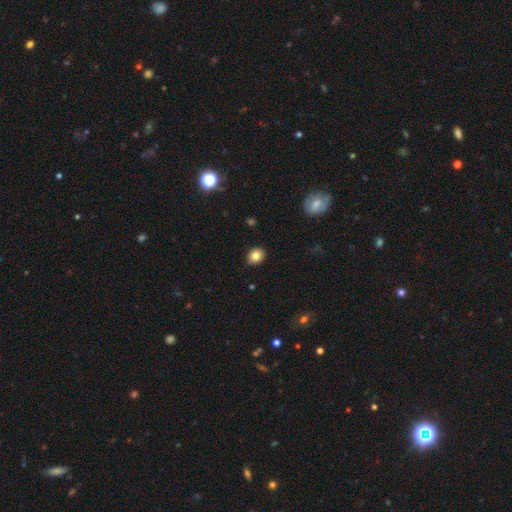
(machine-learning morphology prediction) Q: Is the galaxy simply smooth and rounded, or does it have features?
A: smooth — 82%.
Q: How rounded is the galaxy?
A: round — 53%.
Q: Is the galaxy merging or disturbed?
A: none — 89%.